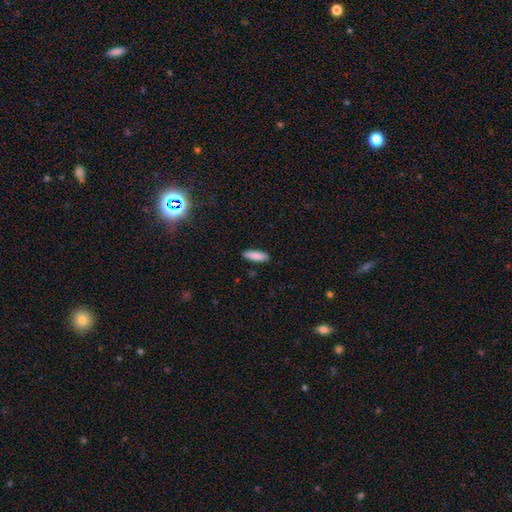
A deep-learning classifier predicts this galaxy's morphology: smooth-or-featured: smooth: 87% | featured or disk: 7% | star or artifact: 6%
  how-rounded: in between: 54% | cigar-shaped: 44% | round: 2%
  merging: none: 89% | minor disturbance: 8% | major disturbance: 2% | merger: 1%